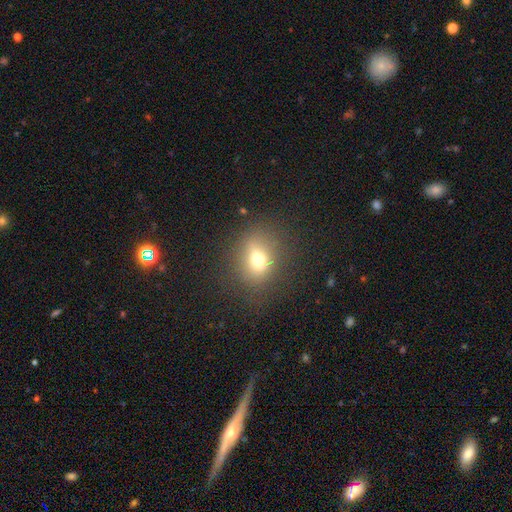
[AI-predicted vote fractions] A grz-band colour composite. It shows a smooth galaxy with no disk features (66%) that is round (51%). Merging: none (74%).